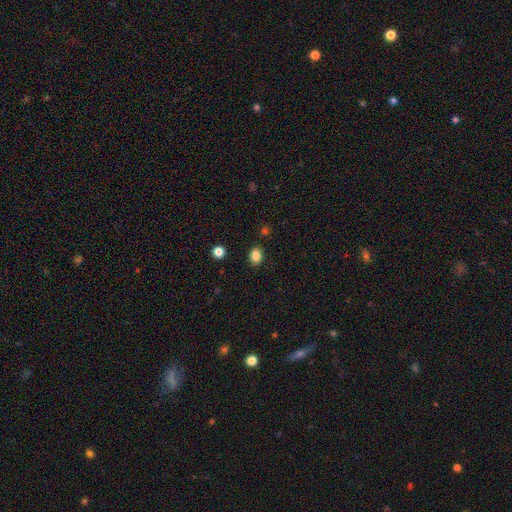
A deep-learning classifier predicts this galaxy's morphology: Smooth or featured: smooth — 85% (star or artifact — 11%)
How rounded: in between — 63% (round — 36%)
Merging: none — 87% (minor disturbance — 8%)